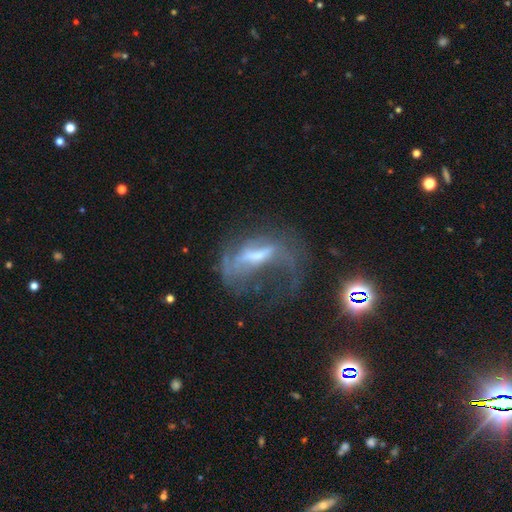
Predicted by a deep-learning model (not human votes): A featured or disk galaxy (69%) with a strong bar (41%), spiral arms (58%) and a small central bulge (40%).

Vote fractions:
- Smooth or featured? featured or disk: 69% / smooth: 19% / star or artifact: 13%
- Edge-on disk? no: 88% / yes: 12%
- Bar? strong: 41% / weak: 34% / no: 25%
- Spiral arms? yes: 58% / no: 42%
- Bulge size? small: 40% / moderate: 34% / none: 18% / large: 6% / dominant: 2%
- Merging? major disturbance: 53% / none: 25% / minor disturbance: 15% / merger: 7%